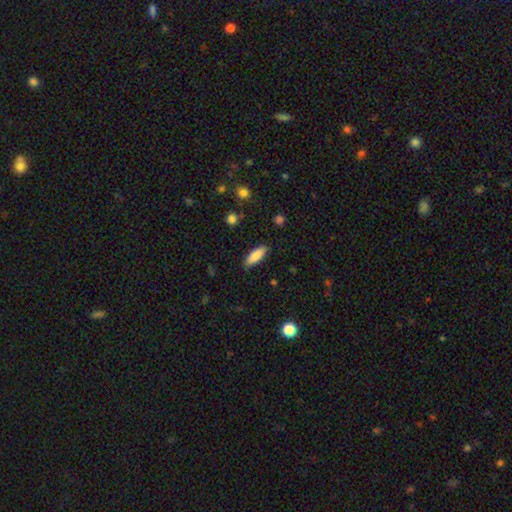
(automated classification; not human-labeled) smooth_or_featured: smooth (p=0.86) [alt: featured or disk p=0.08]
how_rounded: in between (p=0.64) [alt: cigar-shaped p=0.34]
merging: none (p=0.86) [alt: minor disturbance p=0.11]